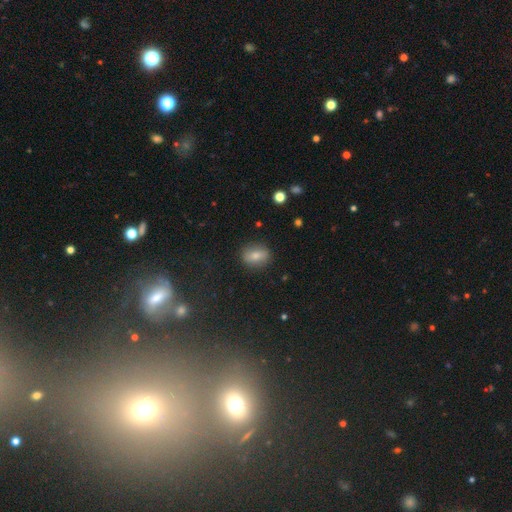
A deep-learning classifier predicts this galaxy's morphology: smooth-or-featured: smooth: 74% | featured or disk: 16% | star or artifact: 10%
  how-rounded: in between: 66% | round: 30% | cigar-shaped: 4%
  merging: none: 85% | minor disturbance: 11% | major disturbance: 3% | merger: 1%